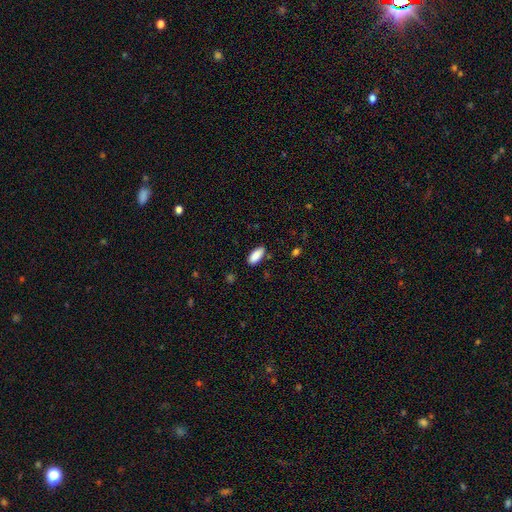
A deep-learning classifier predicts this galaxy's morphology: The model was most divided on "merging": none: 83%, minor disturbance: 13%, major disturbance: 2%, merger: 2%. More confident: smooth or featured — smooth (89%); how rounded — in between (87%).